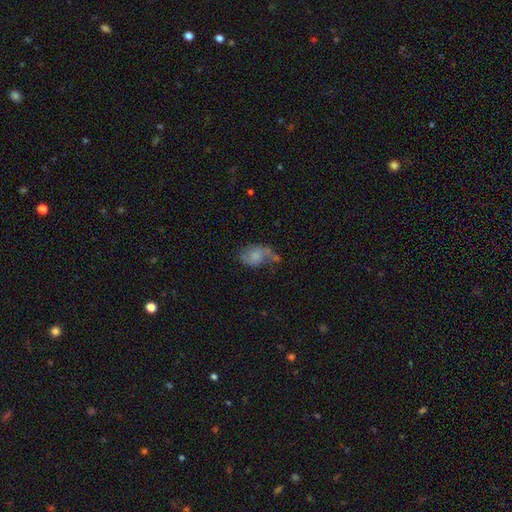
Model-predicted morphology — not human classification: Q: Smooth or featured?
A: smooth (61%); runner-up: featured or disk (29%)
Q: How rounded?
A: in between (79%); runner-up: round (20%)
Q: Merging?
A: none (34%); runner-up: minor disturbance (28%)